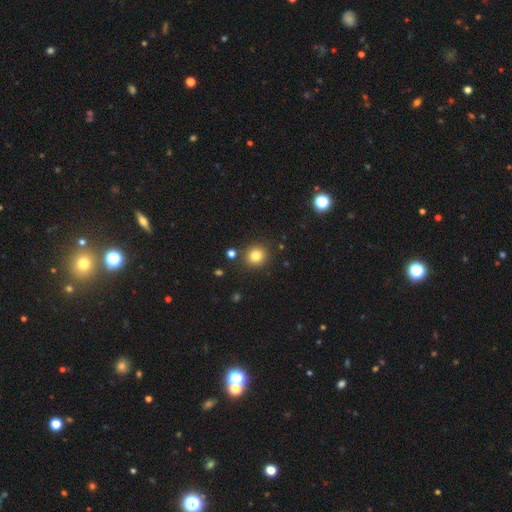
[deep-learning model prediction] The model was most divided on "smooth or featured": smooth: 81%, star or artifact: 12%, featured or disk: 6%. More confident: how rounded — round (88%); merging — none (86%).